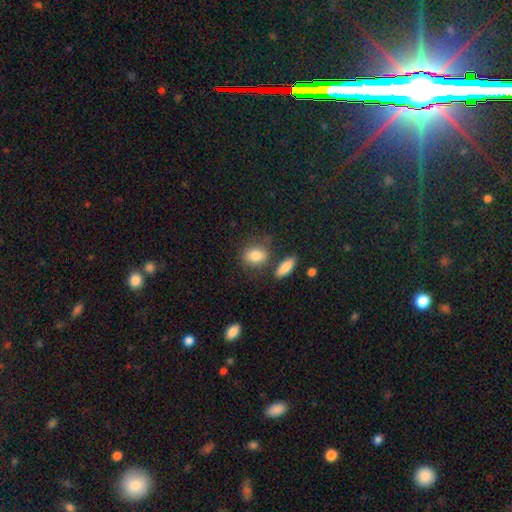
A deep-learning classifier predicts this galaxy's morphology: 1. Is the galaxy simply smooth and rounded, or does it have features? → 83% smooth, 9% featured or disk, 8% star or artifact.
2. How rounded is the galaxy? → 66% in between, 31% round, 3% cigar-shaped.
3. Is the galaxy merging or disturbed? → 63% none, 19% minor disturbance, 12% merger, 6% major disturbance.